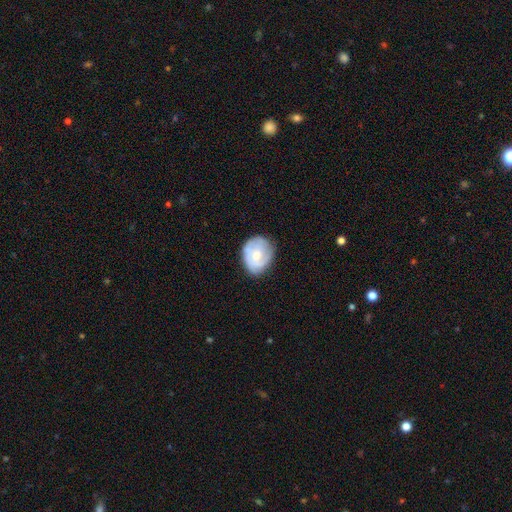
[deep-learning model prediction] This is possibly a smooth galaxy (49%). Merging: likely none (70%).